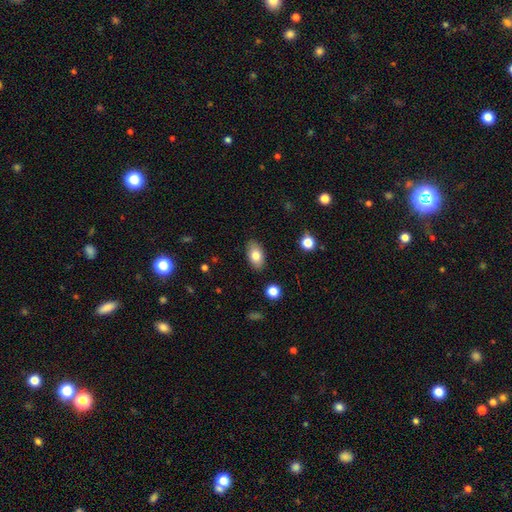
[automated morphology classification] Overall: smooth (79%). How rounded: in between (92%). Merging: none (87%).